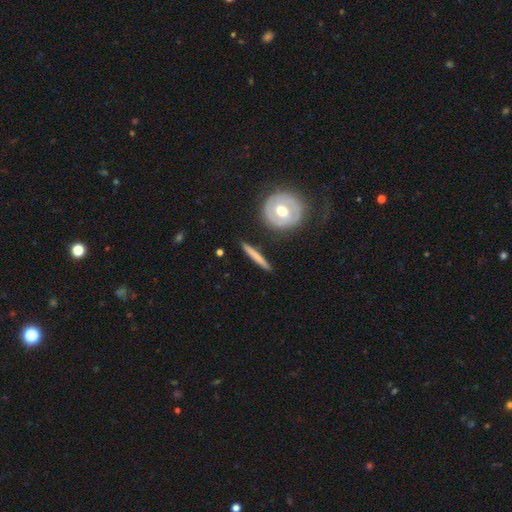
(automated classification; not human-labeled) Smooth or featured? smooth (50%)
How rounded? cigar-shaped (91%)
Merging? none (89%)